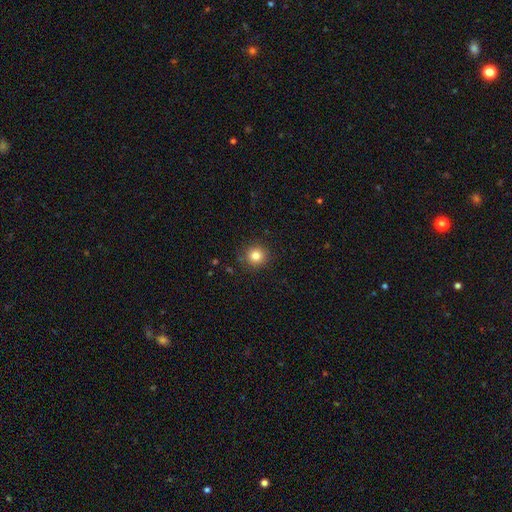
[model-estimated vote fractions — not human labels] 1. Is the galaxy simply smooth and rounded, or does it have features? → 83% smooth, 12% star or artifact, 6% featured or disk.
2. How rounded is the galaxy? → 94% round, 5% in between, 1% cigar-shaped.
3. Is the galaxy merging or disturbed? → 89% none, 7% minor disturbance, 2% major disturbance, 1% merger.